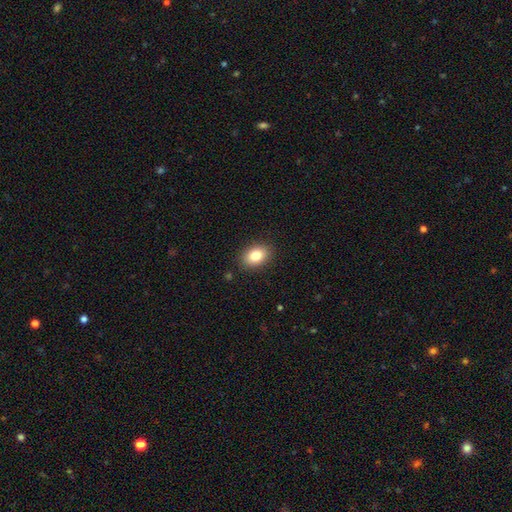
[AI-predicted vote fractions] Morphology: type=smooth (82%); roundness=in between (76%); merging=none (88%).